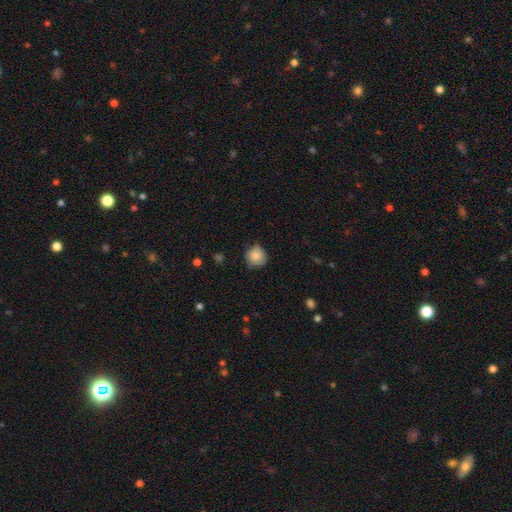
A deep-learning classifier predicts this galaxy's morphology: This appears to be a smooth galaxy with no disk features (83%) that is round (90%). Merging: none (73%).